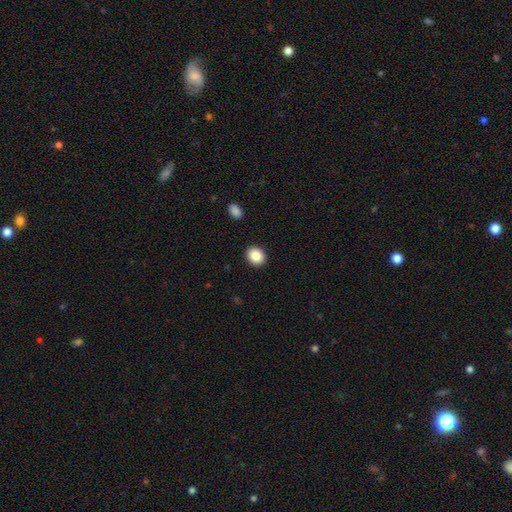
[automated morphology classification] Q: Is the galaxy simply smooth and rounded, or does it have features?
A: smooth — 87%.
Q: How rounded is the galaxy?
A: round — 66%.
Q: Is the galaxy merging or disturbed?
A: none — 91%.